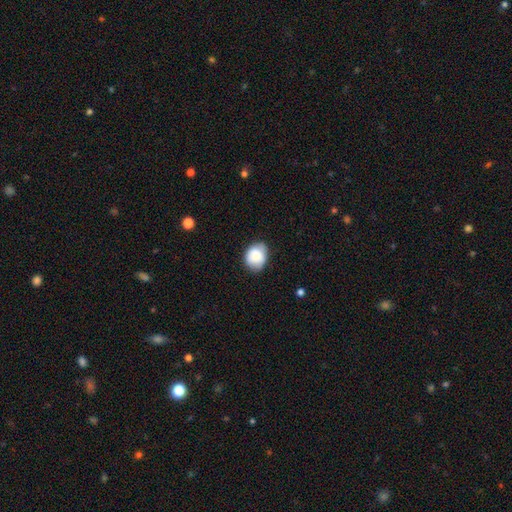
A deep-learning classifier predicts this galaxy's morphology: Smooth or featured: smooth — 81% (featured or disk — 11%)
How rounded: round — 50% (in between — 49%)
Merging: none — 69% (minor disturbance — 25%)